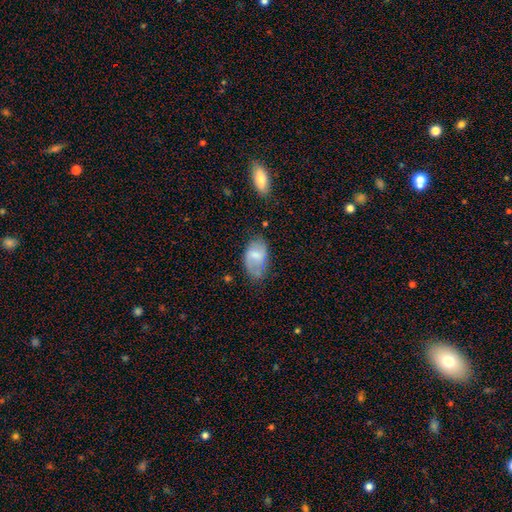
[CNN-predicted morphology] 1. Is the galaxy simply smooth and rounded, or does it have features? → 61% smooth, 32% featured or disk, 7% star or artifact.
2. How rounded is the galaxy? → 92% in between, 7% round, 2% cigar-shaped.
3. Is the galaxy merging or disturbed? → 53% none, 32% minor disturbance, 11% major disturbance, 3% merger.